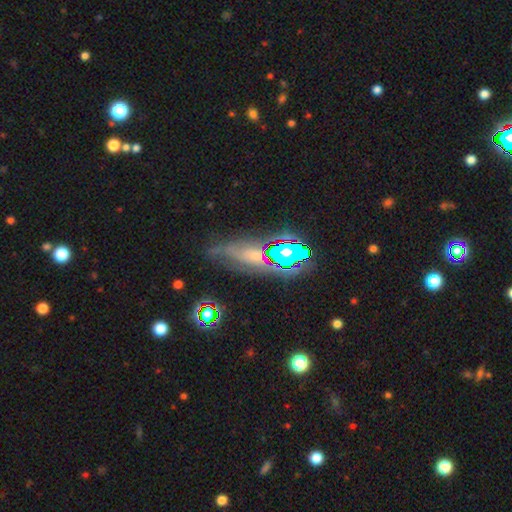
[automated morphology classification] featured or disk 41%, star or artifact 32%, smooth 27%. Down the decision tree: merging — none (53%).